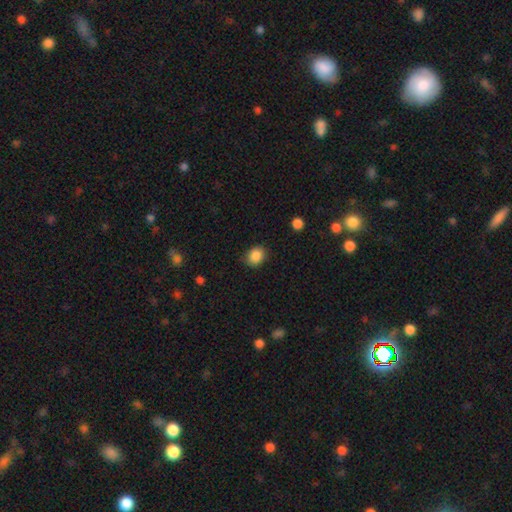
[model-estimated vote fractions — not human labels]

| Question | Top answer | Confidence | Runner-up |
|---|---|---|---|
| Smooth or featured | smooth | 87% | star or artifact (9%) |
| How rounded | round | 55% | in between (44%) |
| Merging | none | 83% | minor disturbance (13%) |